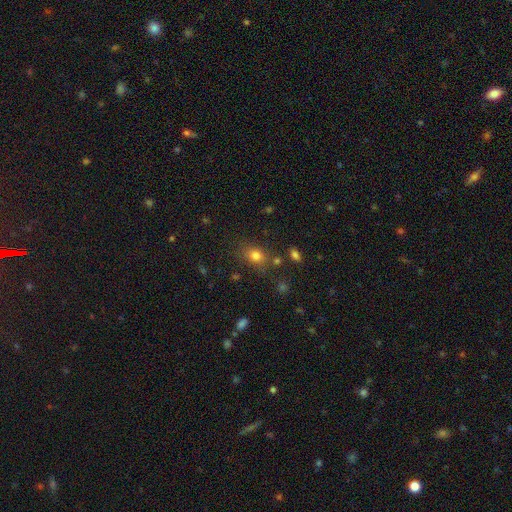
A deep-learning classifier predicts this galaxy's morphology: Q: Smooth or featured?
A: smooth (79%); runner-up: star or artifact (13%)
Q: How rounded?
A: in between (59%); runner-up: round (40%)
Q: Merging?
A: none (75%); runner-up: minor disturbance (14%)